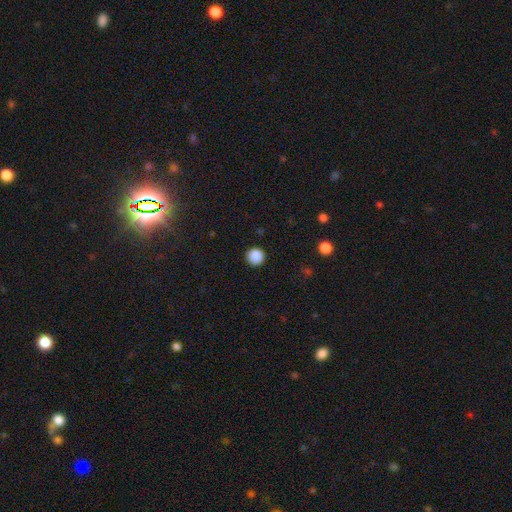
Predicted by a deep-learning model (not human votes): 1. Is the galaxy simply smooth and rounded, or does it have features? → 88% smooth, 10% star or artifact, 2% featured or disk.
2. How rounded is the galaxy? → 96% round, 4% in between, 1% cigar-shaped.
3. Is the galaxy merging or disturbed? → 92% none, 5% minor disturbance, 2% major disturbance, 1% merger.